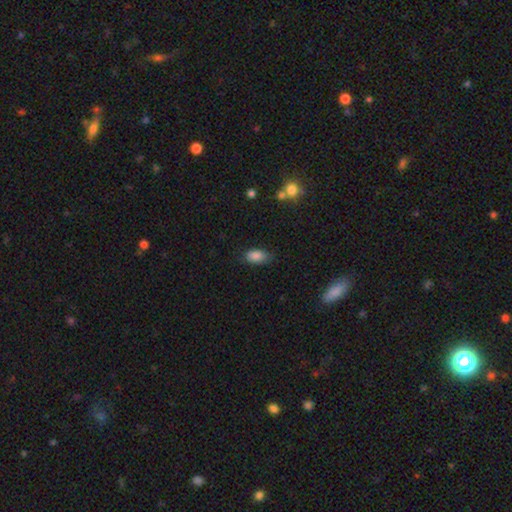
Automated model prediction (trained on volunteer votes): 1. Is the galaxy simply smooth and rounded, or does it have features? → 86% smooth, 8% star or artifact, 6% featured or disk.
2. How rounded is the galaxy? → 91% in between, 5% round, 4% cigar-shaped.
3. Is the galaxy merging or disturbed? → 72% none, 22% minor disturbance, 4% major disturbance, 2% merger.